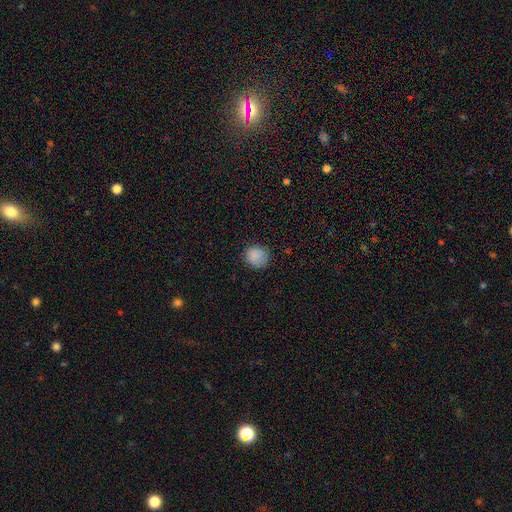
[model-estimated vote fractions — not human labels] smooth_or_featured: smooth (p=0.85) [alt: star or artifact p=0.09]
how_rounded: round (p=0.82) [alt: in between p=0.17]
merging: none (p=0.79) [alt: minor disturbance p=0.16]